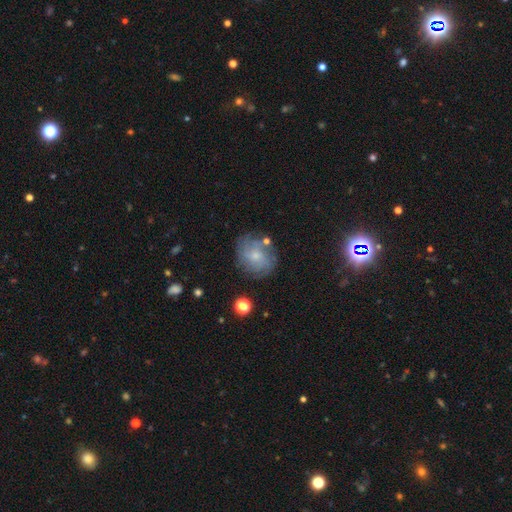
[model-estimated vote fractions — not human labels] Overall: featured or disk (54%; smooth 35%). Edge-on disk: no (97%). Bar: no (72%). Spiral arms: yes (78%). Bulge size: small (65%). Merging: none (69%).